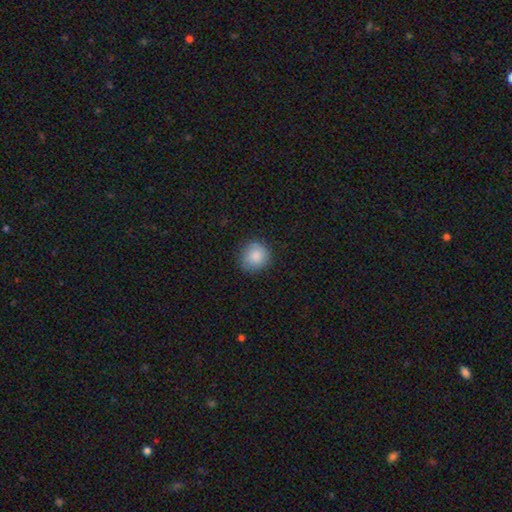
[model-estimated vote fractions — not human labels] A smooth galaxy with no disk features (87%) that is round (91%). Merging: none (86%).